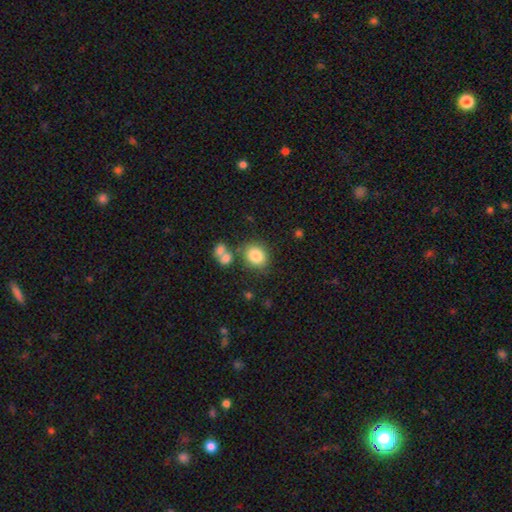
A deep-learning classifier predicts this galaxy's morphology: Smooth or featured? smooth (84%)
How rounded? round (58%)
Merging? none (72%)